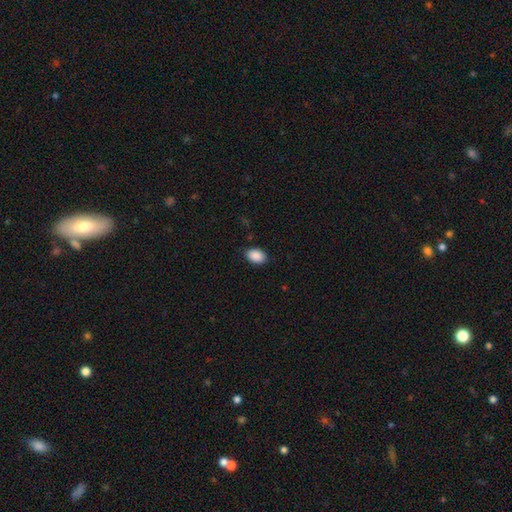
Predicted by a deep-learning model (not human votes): smooth_or_featured: smooth (p=0.90) [alt: star or artifact p=0.07]
how_rounded: in between (p=0.84) [alt: round p=0.15]
merging: none (p=0.87) [alt: minor disturbance p=0.10]